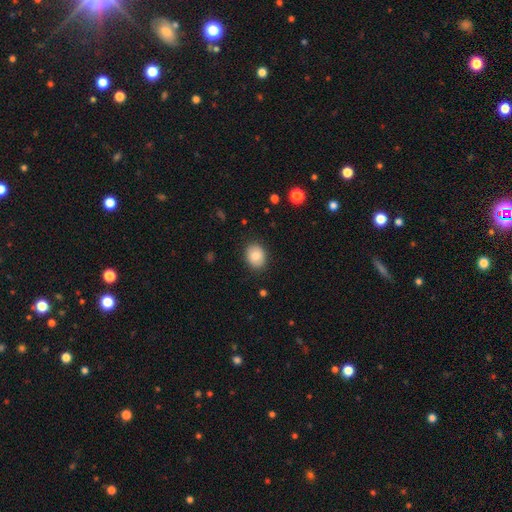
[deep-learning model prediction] Smooth or featured? Predicted: smooth (p=0.84). How rounded? Predicted: round (p=0.52). Merging? Predicted: none (p=0.87).